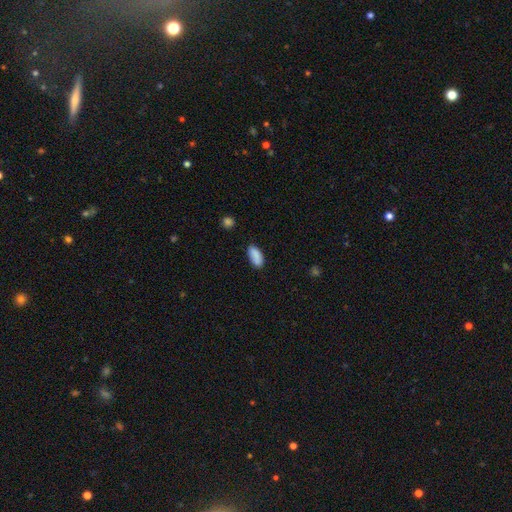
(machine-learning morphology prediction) smooth_or_featured: smooth (p=0.86) [alt: star or artifact p=0.07]
how_rounded: in between (p=0.88) [alt: cigar-shaped p=0.09]
merging: none (p=0.77) [alt: minor disturbance p=0.17]